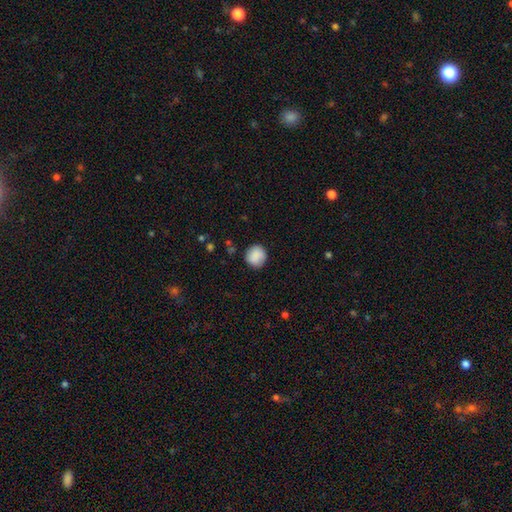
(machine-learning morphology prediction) Smooth or featured: smooth — 87% (star or artifact — 8%)
How rounded: round — 89% (in between — 10%)
Merging: none — 86% (minor disturbance — 10%)